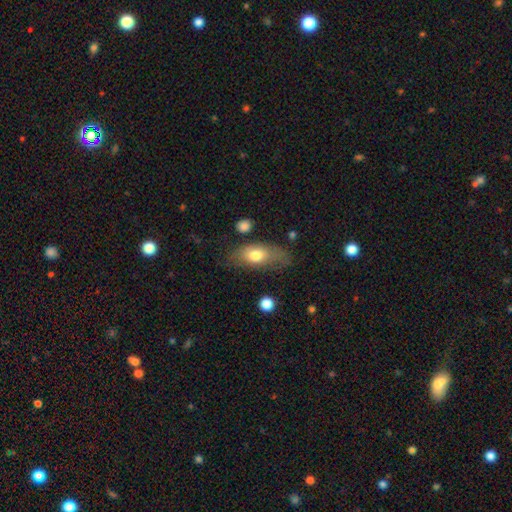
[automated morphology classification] Smooth or featured: smooth — 70% (featured or disk — 23%)
How rounded: in between — 83% (cigar-shaped — 11%)
Merging: none — 55% (minor disturbance — 27%)